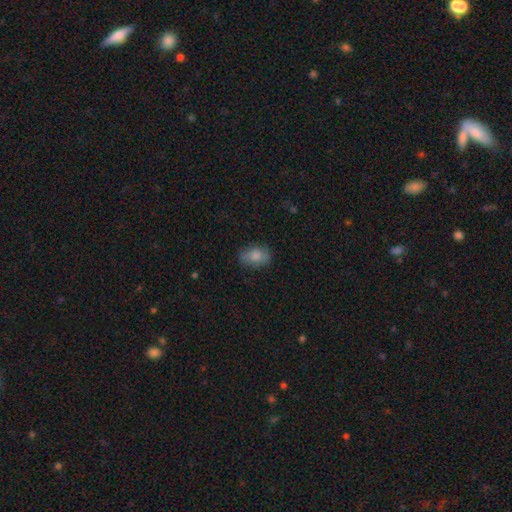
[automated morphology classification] A smooth galaxy with no disk features (80%) that is in between round and cigar-shaped (80%). Merging: none (76%).